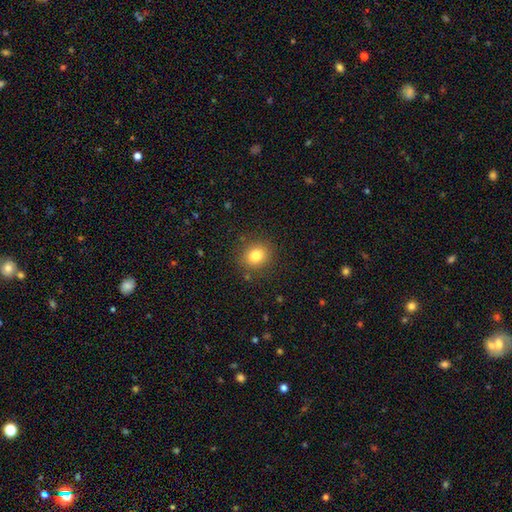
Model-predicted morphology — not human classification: The model was most divided on "how rounded": round: 74%, in between: 25%, cigar-shaped: 1%. More confident: merging — none (87%); smooth or featured — smooth (81%).